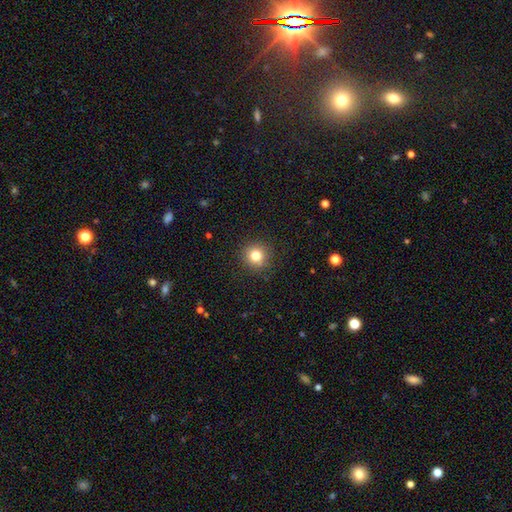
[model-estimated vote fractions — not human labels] Smooth or featured?
  - smooth: 80% *
  - star or artifact: 13%
  - featured or disk: 7%
How rounded?
  - round: 94% *
  - in between: 5%
  - cigar-shaped: 1%
Merging?
  - none: 91% *
  - minor disturbance: 6%
  - major disturbance: 2%
  - merger: 1%